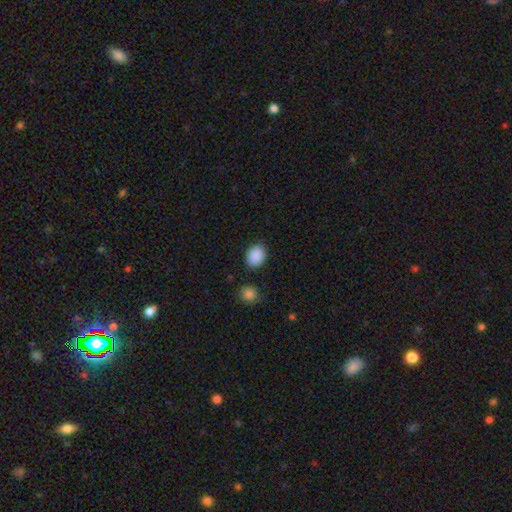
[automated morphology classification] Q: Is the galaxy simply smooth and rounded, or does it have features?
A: smooth — 89%.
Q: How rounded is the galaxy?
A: in between — 57%.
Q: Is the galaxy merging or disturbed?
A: none — 84%.